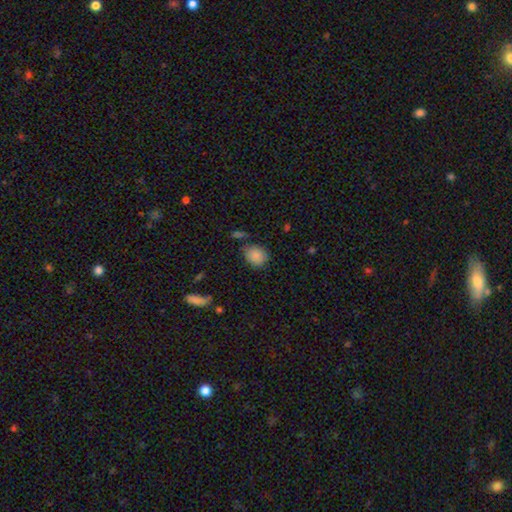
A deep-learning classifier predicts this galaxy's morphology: Smooth or featured?
  - smooth: 86% *
  - star or artifact: 9%
  - featured or disk: 5%
How rounded?
  - round: 62% *
  - in between: 36%
  - cigar-shaped: 1%
Merging?
  - none: 74% *
  - minor disturbance: 17%
  - merger: 5%
  - major disturbance: 5%